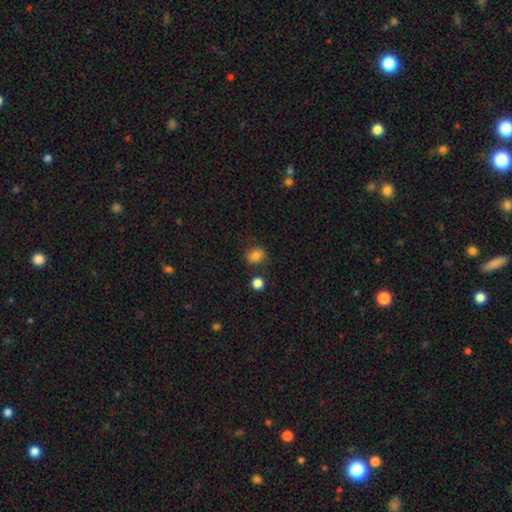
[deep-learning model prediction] Smooth or featured: smooth — 81% (star or artifact — 11%)
How rounded: round — 58% (in between — 41%)
Merging: none — 76% (minor disturbance — 15%)